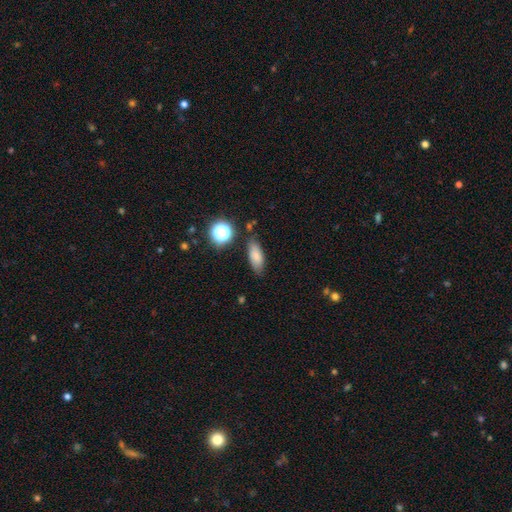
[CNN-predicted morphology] The model was most divided on "how rounded": in between: 71%, cigar-shaped: 23%, round: 6%. More confident: smooth or featured — smooth (80%); merging — none (77%).